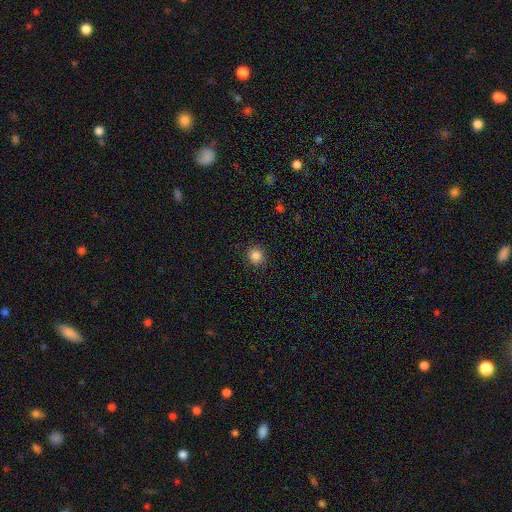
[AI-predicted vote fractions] Overall: smooth (85%). How rounded: round (90%). Merging: none (91%).